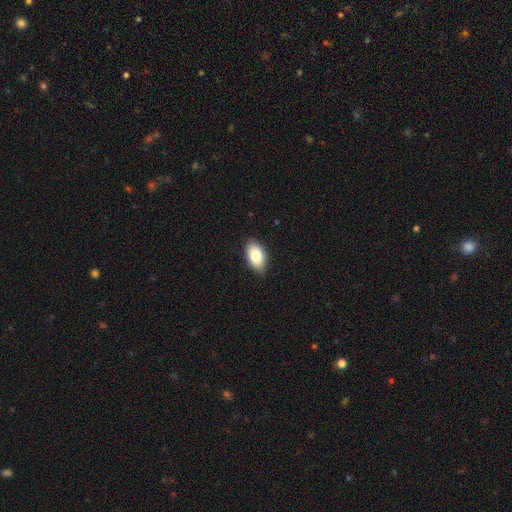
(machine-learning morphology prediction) smooth 83%, featured or disk 10%, star or artifact 7%. Down the decision tree: how rounded — in between (94%); merging — none (87%).